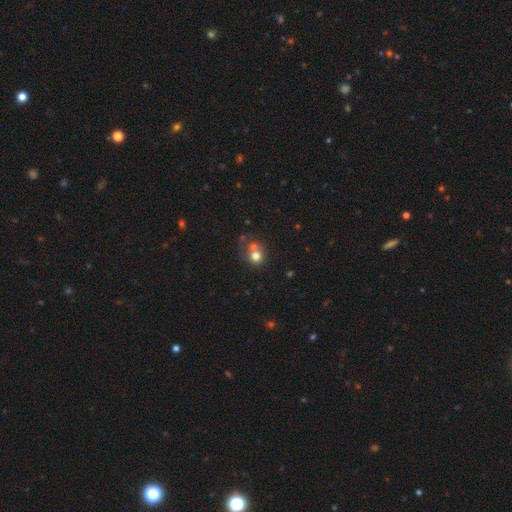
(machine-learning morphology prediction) Smooth or featured? smooth (72%)
How rounded? round (79%)
Merging? merger (43%)